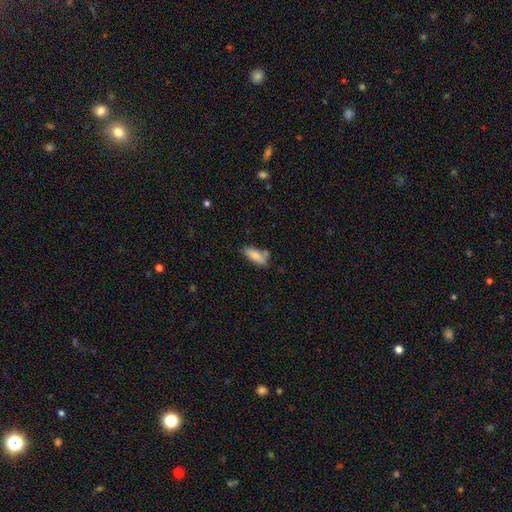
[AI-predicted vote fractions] Overall: smooth (82%). How rounded: in between (72%). Merging: none (68%).